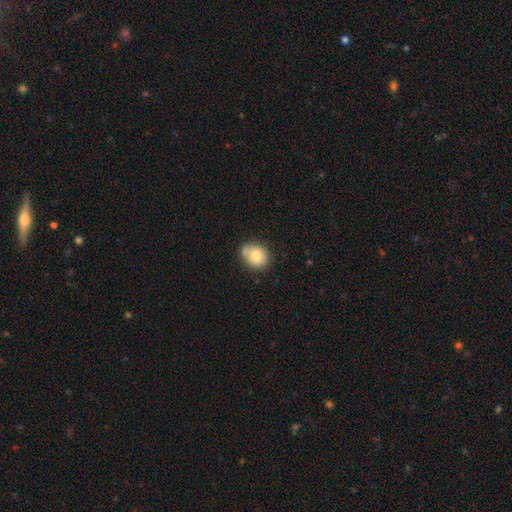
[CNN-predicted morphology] Q: Smooth or featured?
A: smooth (78%); runner-up: featured or disk (13%)
Q: How rounded?
A: round (62%); runner-up: in between (37%)
Q: Merging?
A: none (63%); runner-up: minor disturbance (23%)